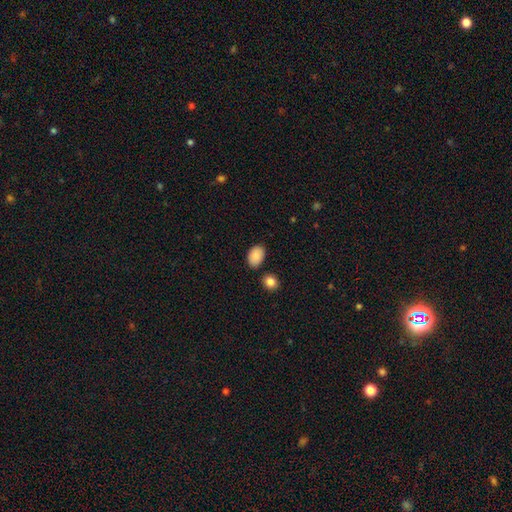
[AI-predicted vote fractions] smooth 89%, star or artifact 7%, featured or disk 4%. Down the decision tree: how rounded — in between (87%); merging — none (79%).